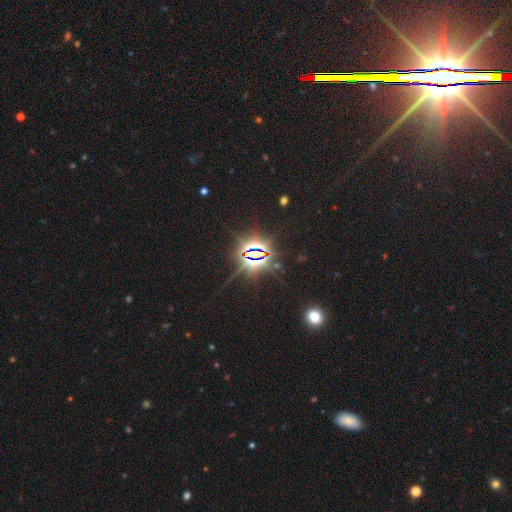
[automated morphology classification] Smooth or featured?
  - star or artifact: 85% *
  - featured or disk: 8%
  - smooth: 7%